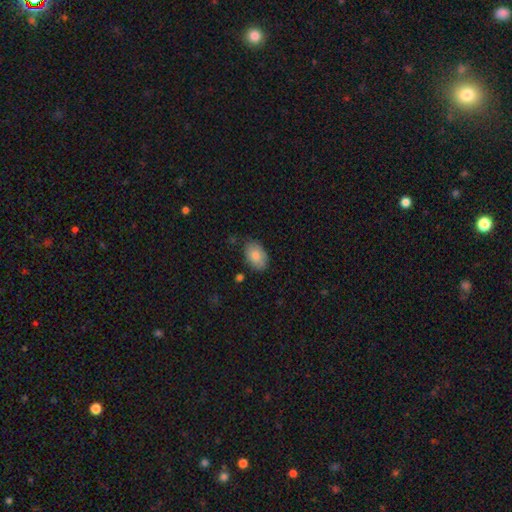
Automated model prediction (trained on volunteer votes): smooth_or_featured: smooth (p=0.81) [alt: featured or disk p=0.12]
how_rounded: in between (p=0.89) [alt: round p=0.10]
merging: none (p=0.78) [alt: minor disturbance p=0.17]